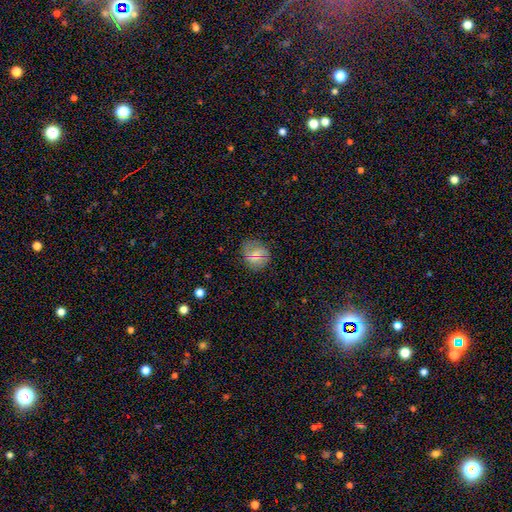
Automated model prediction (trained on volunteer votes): smooth_or_featured: smooth (p=0.60) [alt: featured or disk p=0.28]
how_rounded: round (p=0.73) [alt: in between p=0.25]
merging: none (p=0.74) [alt: minor disturbance p=0.18]